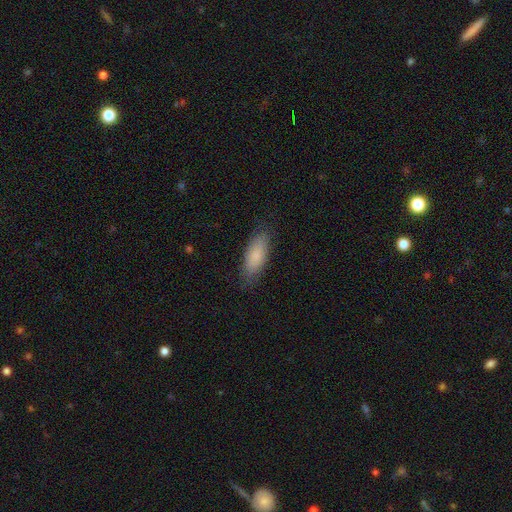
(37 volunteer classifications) smooth-or-featured: smooth: 84% | featured or disk: 14% | star or artifact: 3%
  how-rounded: cigar-shaped: 52% | in between: 48% | round: 0%
  merging: none: 86% | minor disturbance: 11% | major disturbance: 3% | merger: 0%